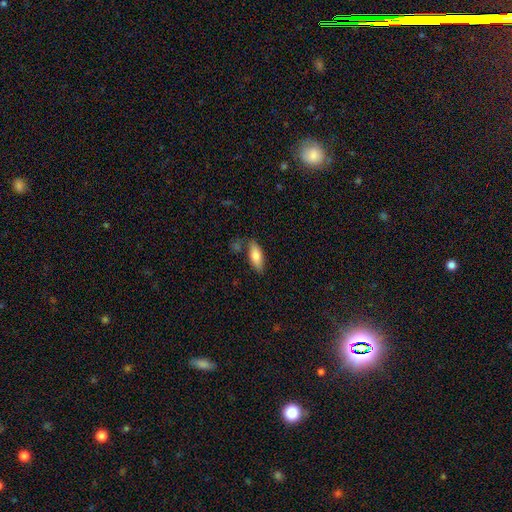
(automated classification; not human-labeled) The model was most divided on "how rounded": in between: 67%, cigar-shaped: 30%, round: 2%. More confident: smooth or featured — smooth (78%); merging — none (76%).